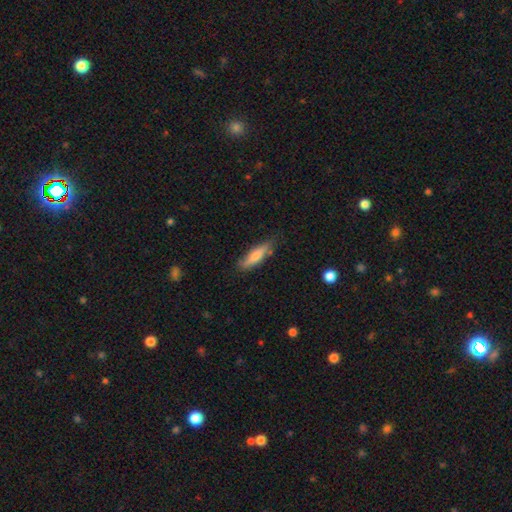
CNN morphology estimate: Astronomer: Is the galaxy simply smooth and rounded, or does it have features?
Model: smooth — 70%.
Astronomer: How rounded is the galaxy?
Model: cigar-shaped — 67%.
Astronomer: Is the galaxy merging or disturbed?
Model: none — 73%.